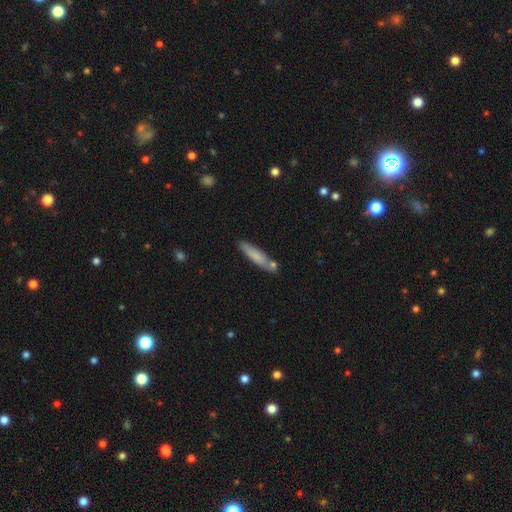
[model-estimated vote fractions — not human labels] smooth_or_featured: smooth (p=0.75) [alt: featured or disk p=0.19]
how_rounded: cigar-shaped (p=0.84) [alt: in between p=0.15]
merging: none (p=0.72) [alt: minor disturbance p=0.14]